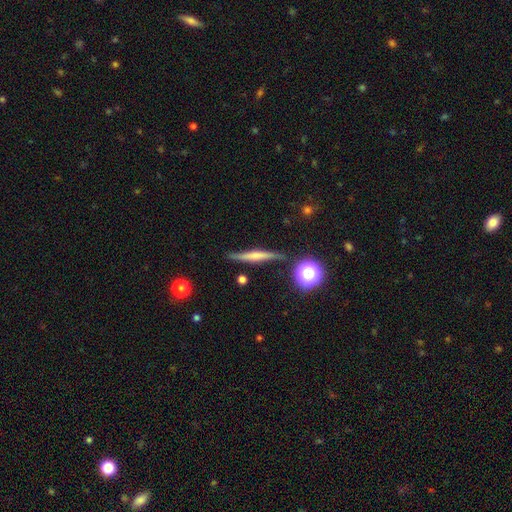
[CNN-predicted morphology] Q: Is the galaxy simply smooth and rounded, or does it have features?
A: featured or disk — 56%.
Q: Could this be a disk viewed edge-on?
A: yes — 91%.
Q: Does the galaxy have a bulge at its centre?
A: rounded — 45%.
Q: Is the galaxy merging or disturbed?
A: none — 80%.